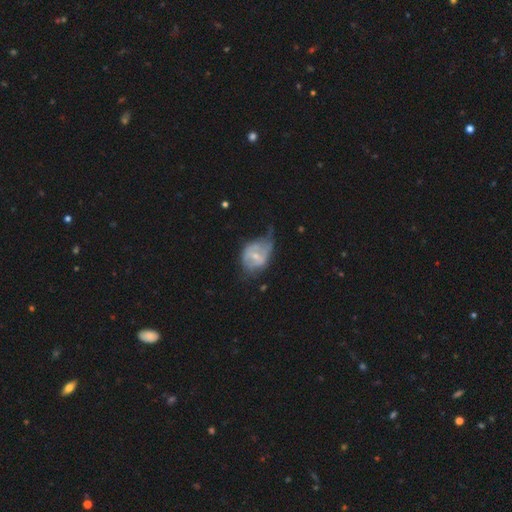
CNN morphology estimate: A featured or disk galaxy (57%) with a weak bar (44%), no spiral arms (53%) and a small central bulge (54%). Merging: major disturbance (39%).